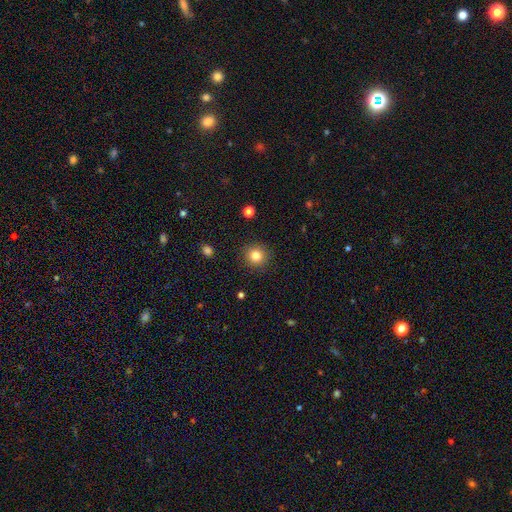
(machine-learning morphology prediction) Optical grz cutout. It shows a smooth galaxy with no disk features (83%) that is round (92%). Merging: none (91%).